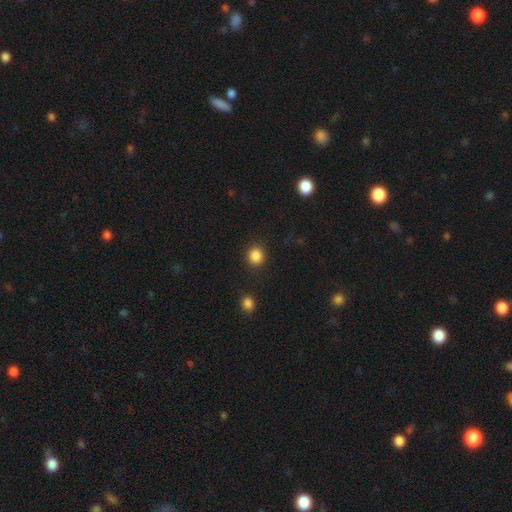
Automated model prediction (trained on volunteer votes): smooth 86%, star or artifact 10%, featured or disk 3%. Down the decision tree: how rounded — round (82%); merging — none (88%).